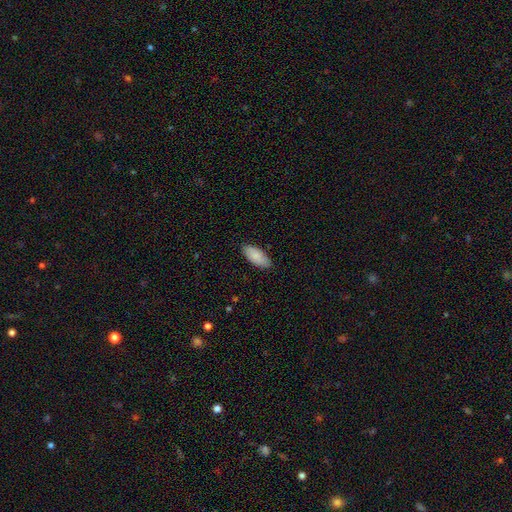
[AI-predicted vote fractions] Morphology: type=smooth (87%); roundness=in between (89%); merging=none (85%).